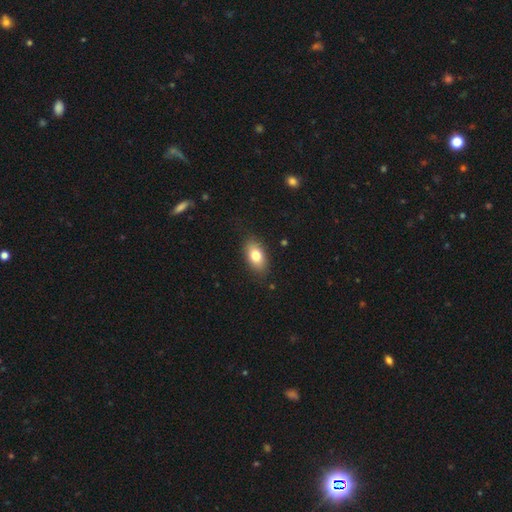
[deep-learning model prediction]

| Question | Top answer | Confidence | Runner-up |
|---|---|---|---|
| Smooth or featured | smooth | 78% | featured or disk (14%) |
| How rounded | in between | 89% | round (7%) |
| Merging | none | 84% | minor disturbance (12%) |